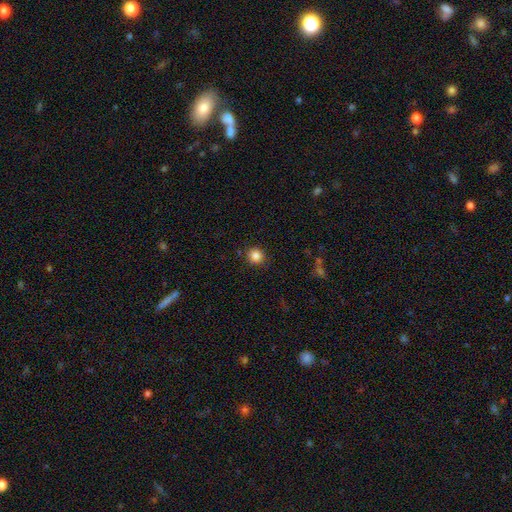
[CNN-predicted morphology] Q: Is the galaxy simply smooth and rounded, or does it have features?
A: smooth — 84%.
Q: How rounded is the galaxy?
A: round — 91%.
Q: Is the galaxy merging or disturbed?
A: none — 88%.